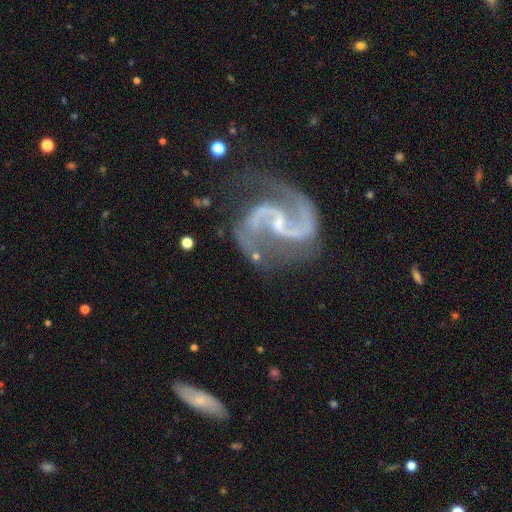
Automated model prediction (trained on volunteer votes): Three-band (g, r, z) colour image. It shows a featured or disk galaxy (92%) with a weak bar (52%), 2 (93%) medium (49%) spiral arms (98%) and a small central bulge (63%). Merging: none (57%).